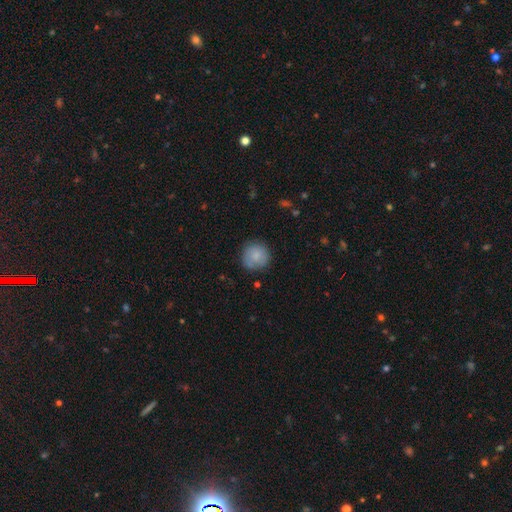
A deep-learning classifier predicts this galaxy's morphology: A smooth galaxy with no disk features (77%) that is round (92%).

Vote fractions:
- Smooth or featured? smooth: 77% / featured or disk: 16% / star or artifact: 7%
- How rounded? round: 92% / in between: 7% / cigar-shaped: 1%
- Merging? none: 77% / minor disturbance: 17% / major disturbance: 4% / merger: 2%